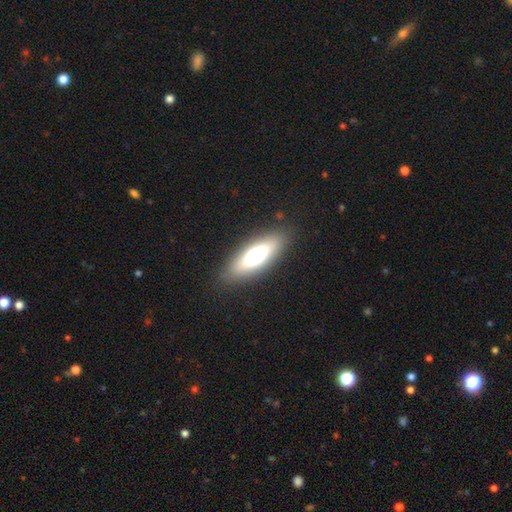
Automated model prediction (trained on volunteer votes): Q: Smooth or featured?
A: smooth (62%); runner-up: featured or disk (29%)
Q: How rounded?
A: in between (60%); runner-up: cigar-shaped (37%)
Q: Merging?
A: none (86%); runner-up: minor disturbance (9%)